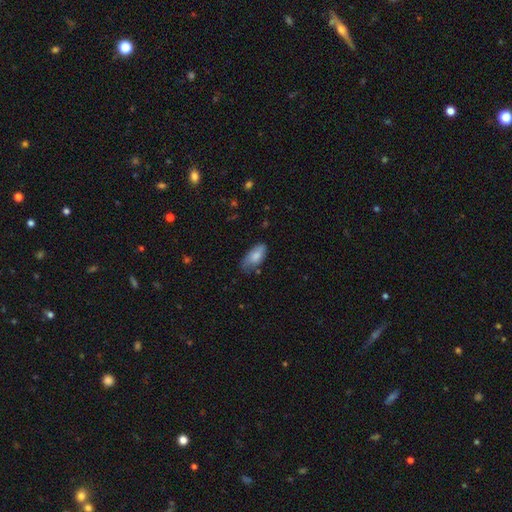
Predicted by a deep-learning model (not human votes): Smooth or featured: smooth — 75% (featured or disk — 19%)
How rounded: in between — 91% (cigar-shaped — 6%)
Merging: none — 58% (minor disturbance — 32%)